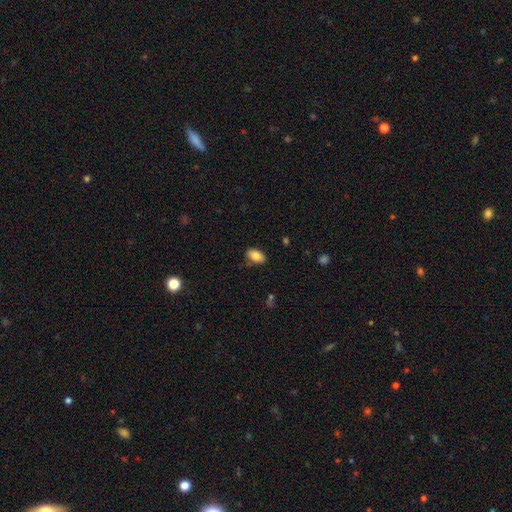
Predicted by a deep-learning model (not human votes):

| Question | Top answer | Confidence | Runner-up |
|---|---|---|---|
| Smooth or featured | smooth | 83% | featured or disk (10%) |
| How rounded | in between | 93% | round (6%) |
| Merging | none | 81% | minor disturbance (15%) |